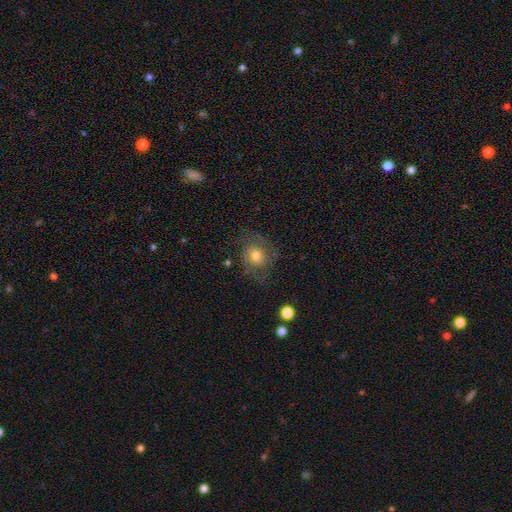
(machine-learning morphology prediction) This is possibly a smooth galaxy (50%). Merging: likely none (65%).